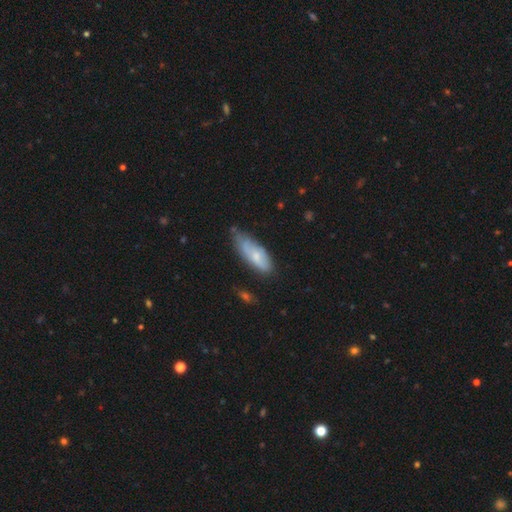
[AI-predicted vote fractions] Smooth or featured?
  - smooth: 67% *
  - featured or disk: 27%
  - star or artifact: 6%
How rounded?
  - in between: 68% *
  - cigar-shaped: 30%
  - round: 2%
Merging?
  - none: 47% *
  - minor disturbance: 40%
  - major disturbance: 10%
  - merger: 4%